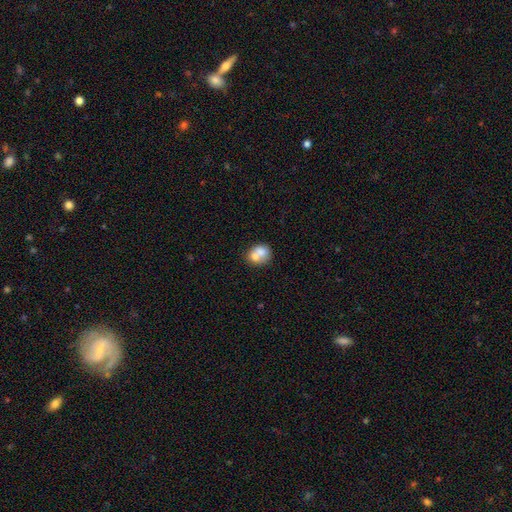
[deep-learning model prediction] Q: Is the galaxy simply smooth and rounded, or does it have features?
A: smooth — 68%.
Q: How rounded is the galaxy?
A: round — 62%.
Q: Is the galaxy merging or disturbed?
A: merger — 55%.